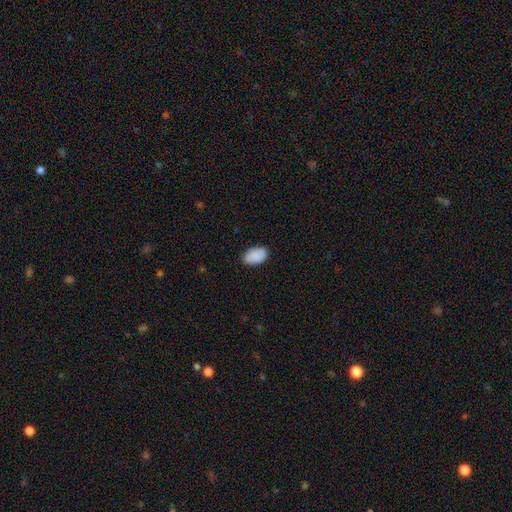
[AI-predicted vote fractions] Smooth or featured: smooth — 88% (star or artifact — 7%)
How rounded: in between — 92% (round — 7%)
Merging: none — 83% (minor disturbance — 14%)